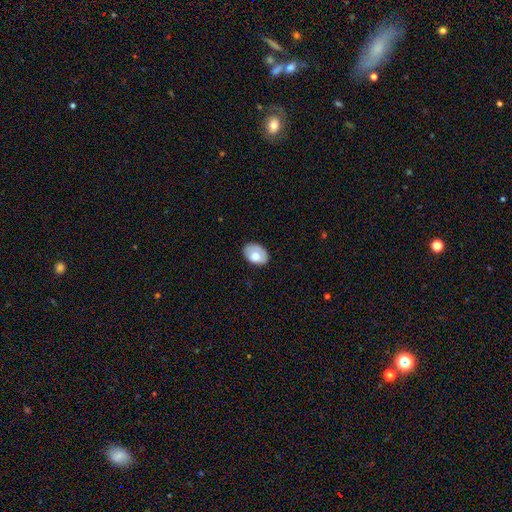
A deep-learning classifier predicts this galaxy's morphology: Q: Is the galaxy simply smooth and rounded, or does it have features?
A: smooth — 74%.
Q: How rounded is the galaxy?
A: in between — 86%.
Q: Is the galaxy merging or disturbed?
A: none — 72%.